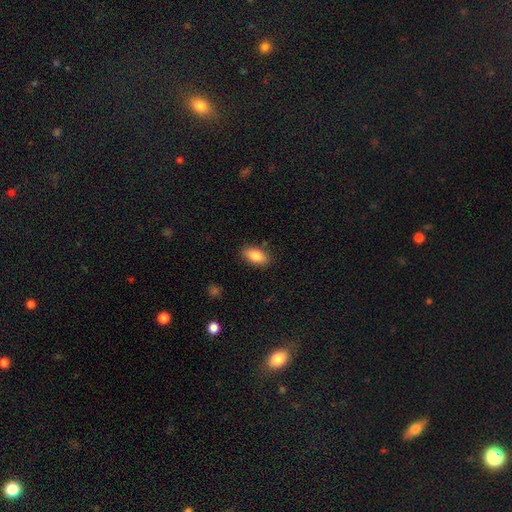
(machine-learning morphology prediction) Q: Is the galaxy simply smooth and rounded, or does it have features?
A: smooth — 85%.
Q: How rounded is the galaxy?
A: in between — 90%.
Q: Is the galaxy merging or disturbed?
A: none — 86%.